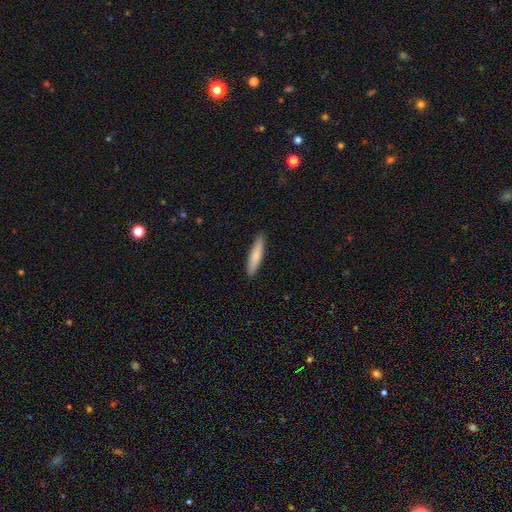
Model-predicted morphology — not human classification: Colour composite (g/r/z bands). It shows a smooth galaxy with no disk features (80%) that is cigar-shaped (84%). Merging: none (90%).